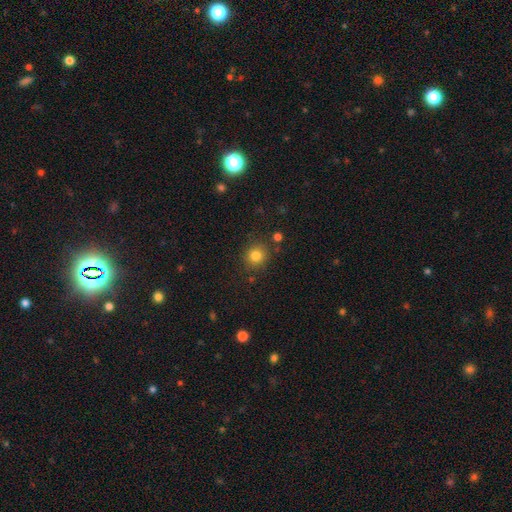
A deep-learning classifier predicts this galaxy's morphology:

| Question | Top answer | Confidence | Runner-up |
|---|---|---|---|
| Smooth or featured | smooth | 82% | star or artifact (12%) |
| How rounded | round | 90% | in between (10%) |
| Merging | none | 85% | minor disturbance (8%) |